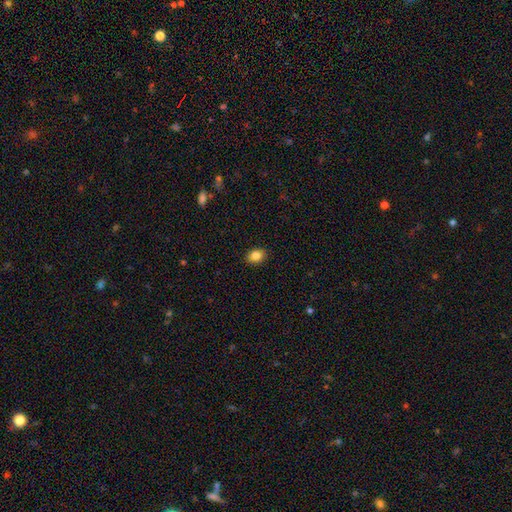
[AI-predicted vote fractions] Smooth or featured? smooth (84%)
How rounded? in between (69%)
Merging? none (89%)